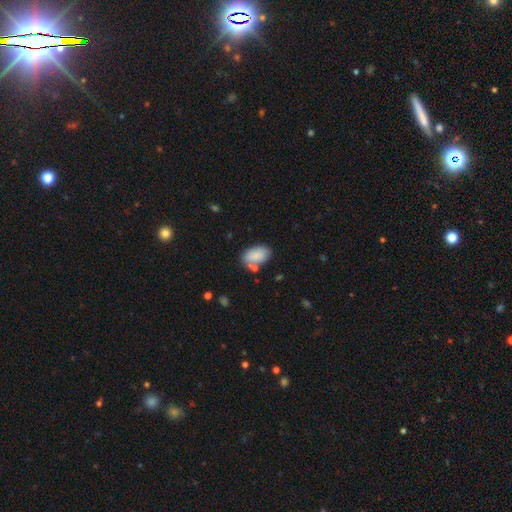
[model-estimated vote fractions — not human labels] smooth 84%, featured or disk 9%, star or artifact 7%. Down the decision tree: how rounded — in between (92%); merging — none (65%).